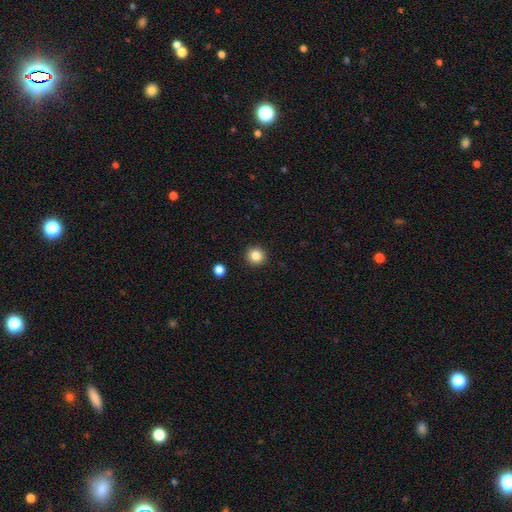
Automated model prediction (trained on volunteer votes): A smooth galaxy with no disk features (84%) that is round (93%).

Vote fractions:
- Smooth or featured? smooth: 84% / star or artifact: 11% / featured or disk: 5%
- How rounded? round: 93% / in between: 6% / cigar-shaped: 1%
- Merging? none: 92% / minor disturbance: 5% / major disturbance: 2% / merger: 2%